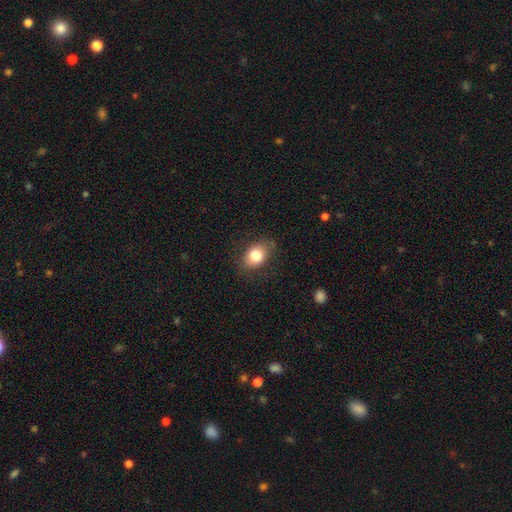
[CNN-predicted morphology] A smooth galaxy with no disk features (81%) that is in between round and cigar-shaped (68%). Merging: none (80%).